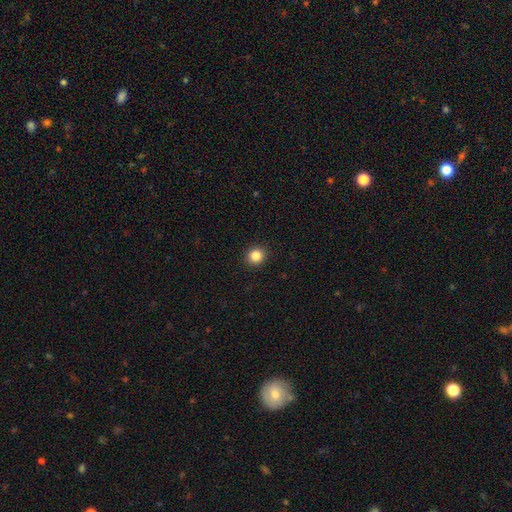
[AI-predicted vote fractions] smooth_or_featured: smooth (p=0.85) [alt: star or artifact p=0.11]
how_rounded: round (p=0.89) [alt: in between p=0.10]
merging: none (p=0.92) [alt: minor disturbance p=0.05]